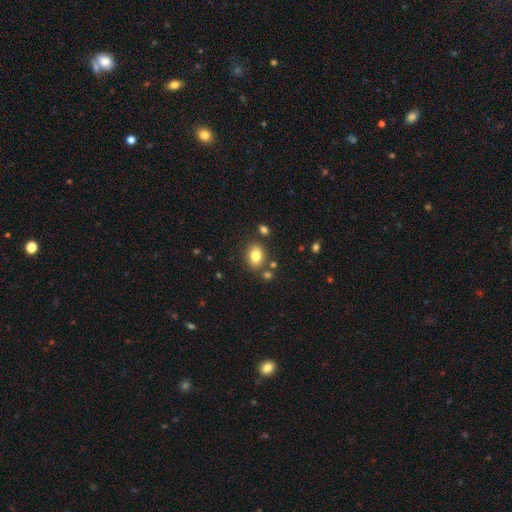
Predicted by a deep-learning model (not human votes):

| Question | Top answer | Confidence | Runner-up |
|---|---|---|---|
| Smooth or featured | smooth | 82% | star or artifact (10%) |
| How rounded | in between | 70% | round (29%) |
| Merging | none | 77% | minor disturbance (12%) |